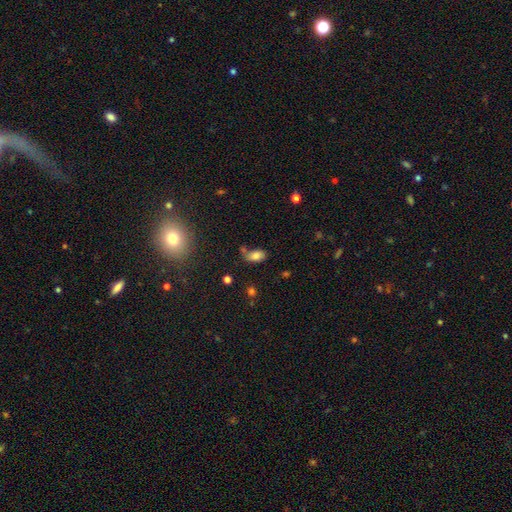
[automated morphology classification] A smooth galaxy with no disk features (78%) that is in between round and cigar-shaped (91%). Merging: none (52%).